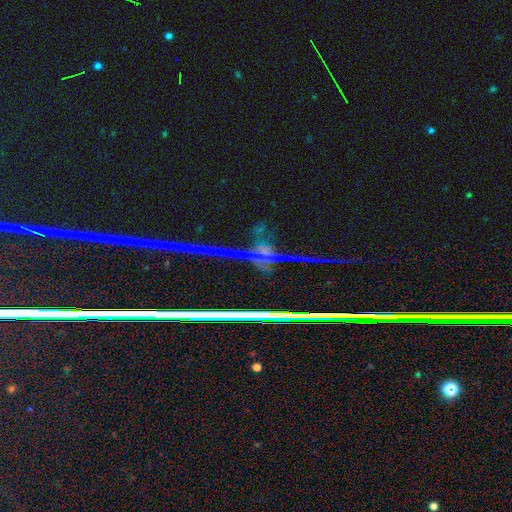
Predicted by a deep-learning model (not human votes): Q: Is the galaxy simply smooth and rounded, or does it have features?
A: star or artifact — 83%.